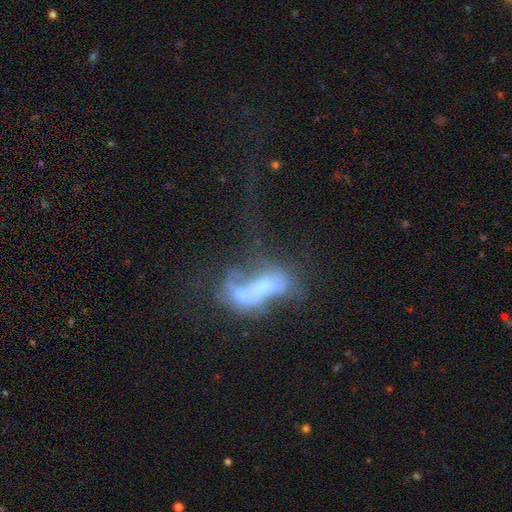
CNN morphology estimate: Smooth or featured? featured or disk (58%)
Edge-on disk? no (86%)
Merging? merger (50%)